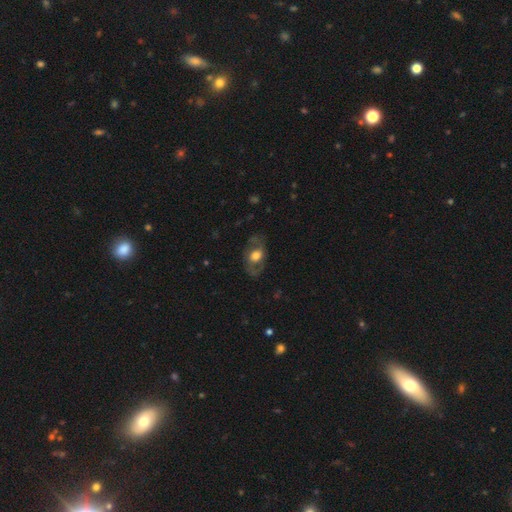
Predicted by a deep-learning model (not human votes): The model was most divided on "smooth or featured": featured or disk: 48%, smooth: 45%, star or artifact: 7%. More confident: merging — none (70%).